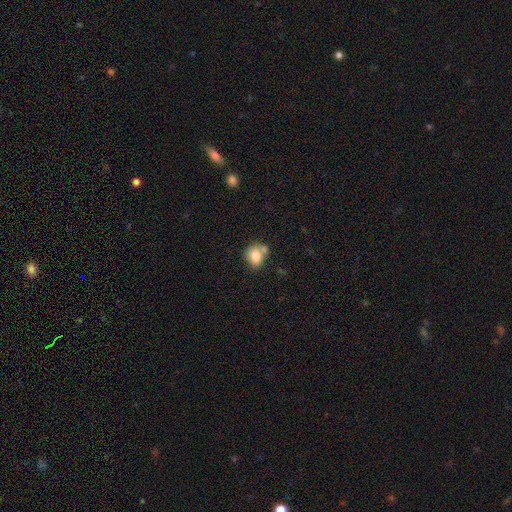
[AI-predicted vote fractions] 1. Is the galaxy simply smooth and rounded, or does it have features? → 80% smooth, 11% featured or disk, 9% star or artifact.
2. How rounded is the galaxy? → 54% round, 45% in between, 1% cigar-shaped.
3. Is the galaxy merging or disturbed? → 49% none, 28% merger, 17% minor disturbance, 5% major disturbance.